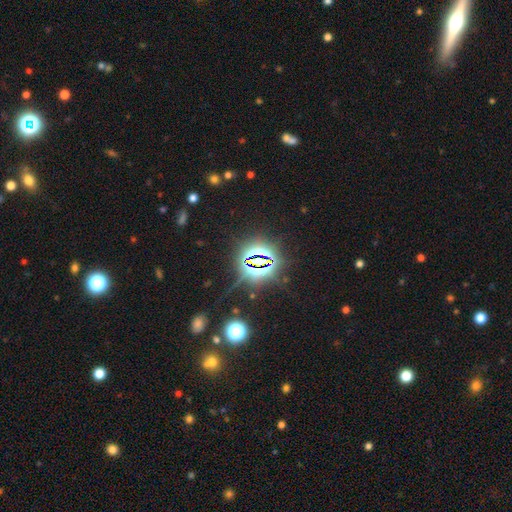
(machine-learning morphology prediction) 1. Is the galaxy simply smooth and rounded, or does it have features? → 81% star or artifact, 11% smooth, 8% featured or disk.